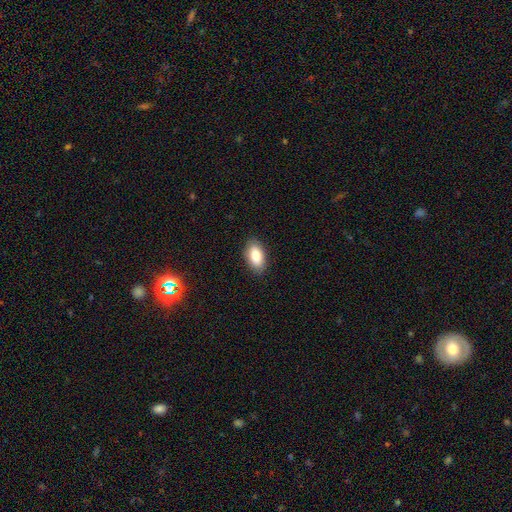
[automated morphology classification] Overall: smooth (83%). How rounded: in between (93%). Merging: none (88%).